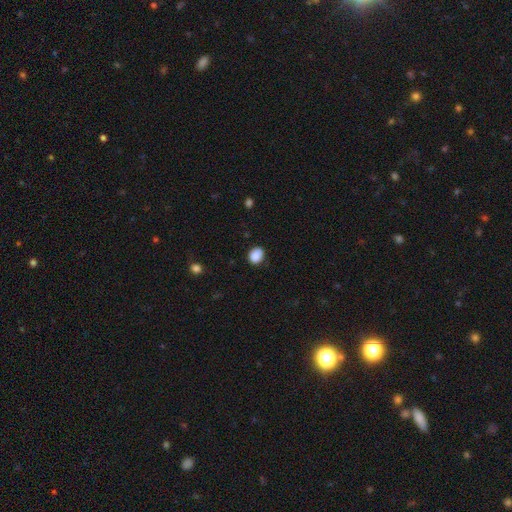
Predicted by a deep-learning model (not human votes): A smooth galaxy with no disk features (87%) that is round (54%). Merging: none (80%).